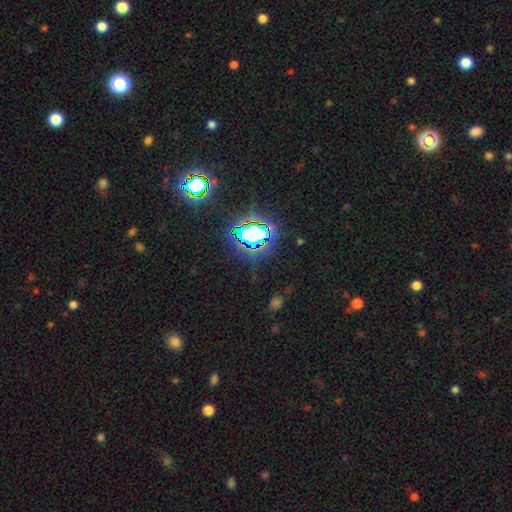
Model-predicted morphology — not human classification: smooth_or_featured: star or artifact (p=0.80) [alt: smooth p=0.12]